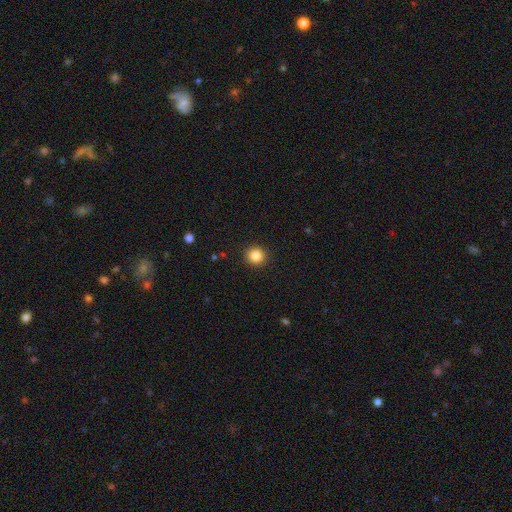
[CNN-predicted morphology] smooth-or-featured: smooth: 85% | star or artifact: 11% | featured or disk: 4%
  how-rounded: round: 93% | in between: 7% | cigar-shaped: 1%
  merging: none: 92% | minor disturbance: 5% | major disturbance: 2% | merger: 1%